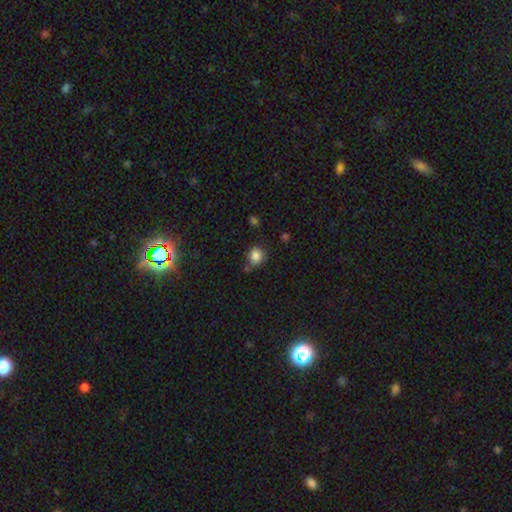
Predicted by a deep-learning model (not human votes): A smooth galaxy with no disk features (85%) that is round (81%).

Vote fractions:
- Smooth or featured? smooth: 85% / star or artifact: 11% / featured or disk: 4%
- How rounded? round: 81% / in between: 18% / cigar-shaped: 1%
- Merging? none: 73% / minor disturbance: 15% / merger: 8% / major disturbance: 4%